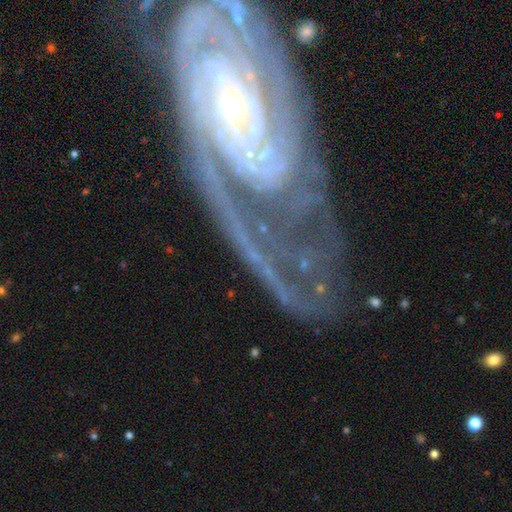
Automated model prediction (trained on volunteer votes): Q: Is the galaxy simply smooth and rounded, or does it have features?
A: featured or disk — 89%.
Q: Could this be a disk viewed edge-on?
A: no — 94%.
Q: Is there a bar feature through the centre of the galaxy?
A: no — 53%.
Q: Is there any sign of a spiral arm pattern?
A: yes — 97%.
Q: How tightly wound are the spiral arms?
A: tight — 72%.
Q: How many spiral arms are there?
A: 2 — 31%.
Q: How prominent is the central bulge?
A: small — 61%.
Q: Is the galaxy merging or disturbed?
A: none — 63%.